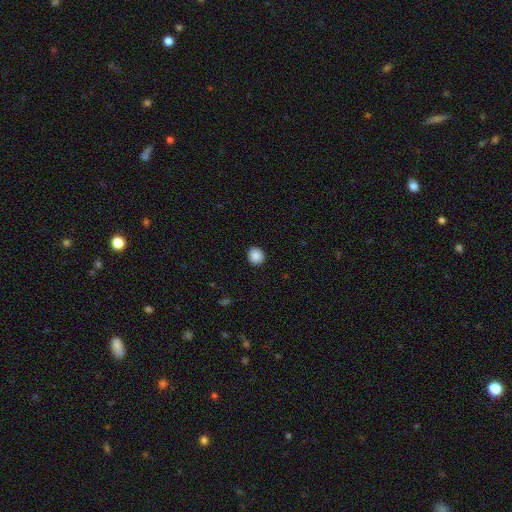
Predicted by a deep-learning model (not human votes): Q: Smooth or featured?
A: smooth (88%); runner-up: star or artifact (9%)
Q: How rounded?
A: round (87%); runner-up: in between (12%)
Q: Merging?
A: none (91%); runner-up: minor disturbance (6%)